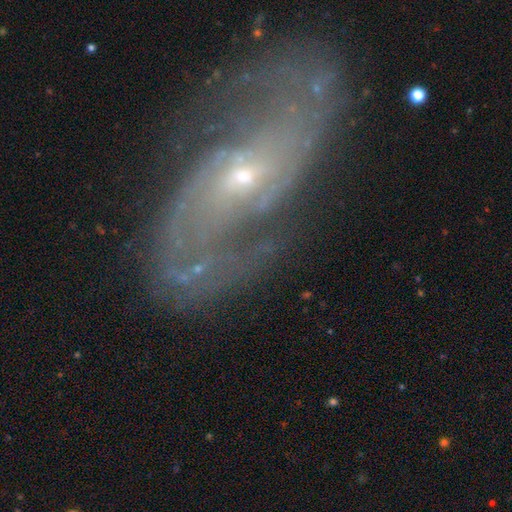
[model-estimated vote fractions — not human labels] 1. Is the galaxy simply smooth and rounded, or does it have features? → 87% featured or disk, 7% star or artifact, 6% smooth.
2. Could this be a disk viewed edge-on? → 95% no, 5% yes.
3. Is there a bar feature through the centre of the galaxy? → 44% weak, 38% no, 18% strong.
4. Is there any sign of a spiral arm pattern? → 94% yes, 6% no.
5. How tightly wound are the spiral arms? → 43% medium, 35% loose, 22% tight.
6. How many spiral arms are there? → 80% 2, 8% can't tell, 4% 3, 3% 1, 3% 4, 3% more than 4.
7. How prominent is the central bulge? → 74% small, 21% moderate, 2% none, 1% large, 1% dominant.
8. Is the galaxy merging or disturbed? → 67% none, 17% minor disturbance, 13% major disturbance, 3% merger.